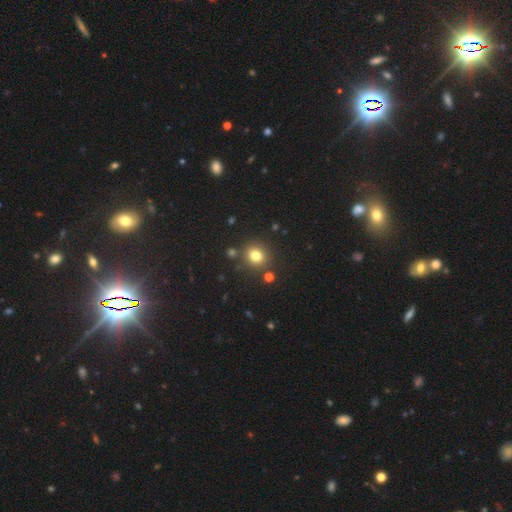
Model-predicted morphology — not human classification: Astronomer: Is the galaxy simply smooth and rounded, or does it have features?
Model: smooth — 77%.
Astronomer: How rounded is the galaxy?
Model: round — 81%.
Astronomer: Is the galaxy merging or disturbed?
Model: none — 83%.